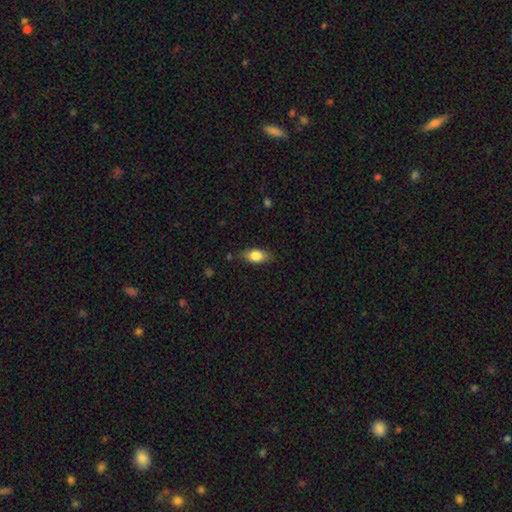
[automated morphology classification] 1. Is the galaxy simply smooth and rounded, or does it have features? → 80% smooth, 13% featured or disk, 7% star or artifact.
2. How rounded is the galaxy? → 86% in between, 8% cigar-shaped, 6% round.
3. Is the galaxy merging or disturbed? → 78% none, 17% minor disturbance, 3% major disturbance, 2% merger.